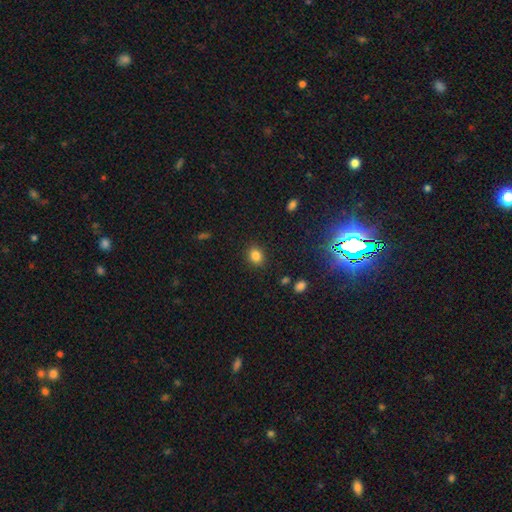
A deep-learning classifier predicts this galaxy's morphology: A smooth galaxy with no disk features (83%) that is round (52%).

Vote fractions:
- Smooth or featured? smooth: 83% / star or artifact: 12% / featured or disk: 5%
- How rounded? round: 52% / in between: 47% / cigar-shaped: 1%
- Merging? none: 88% / minor disturbance: 8% / major disturbance: 3% / merger: 1%